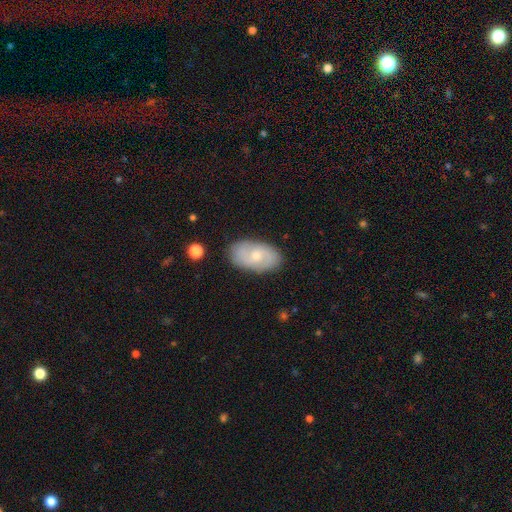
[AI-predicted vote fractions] Overall: featured or disk (50%; smooth 43%). Edge-on disk: no (94%). Merging: none (82%).